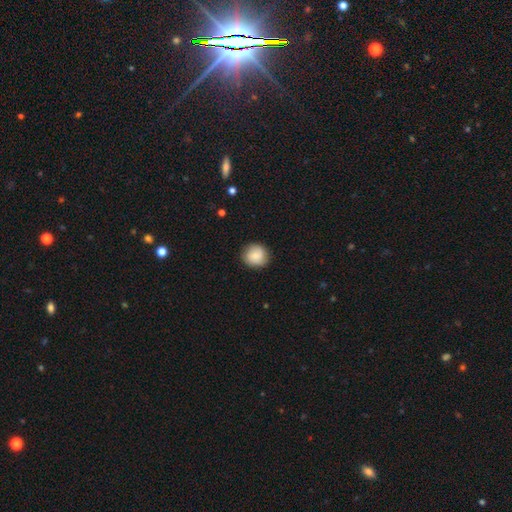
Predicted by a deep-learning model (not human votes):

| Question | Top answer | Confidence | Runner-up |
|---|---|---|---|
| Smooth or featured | smooth | 78% | featured or disk (14%) |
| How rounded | round | 89% | in between (10%) |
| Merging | none | 86% | minor disturbance (10%) |